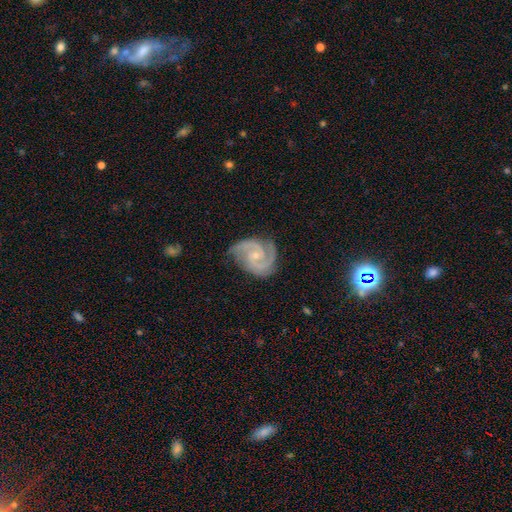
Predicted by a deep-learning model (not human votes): This appears to be a featured or disk galaxy (92%) with no bar (61%), 2 (72%) tight (51%) spiral arms (98%) and a small central bulge (69%). Merging: none (74%).